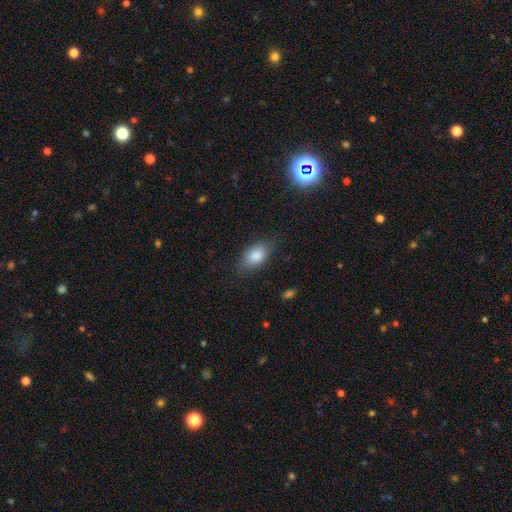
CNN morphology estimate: The model was most divided on "merging": none: 77%, minor disturbance: 17%, major disturbance: 5%, merger: 1%. More confident: how rounded — in between (87%); smooth or featured — smooth (82%).